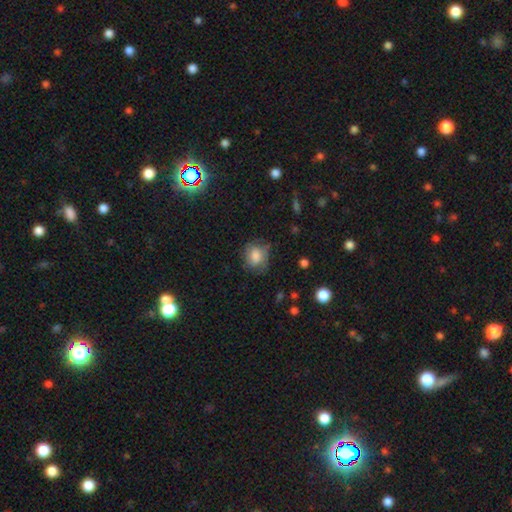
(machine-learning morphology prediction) Smooth or featured: smooth — 69% (featured or disk — 22%)
How rounded: round — 64% (in between — 35%)
Merging: none — 62% (minor disturbance — 25%)